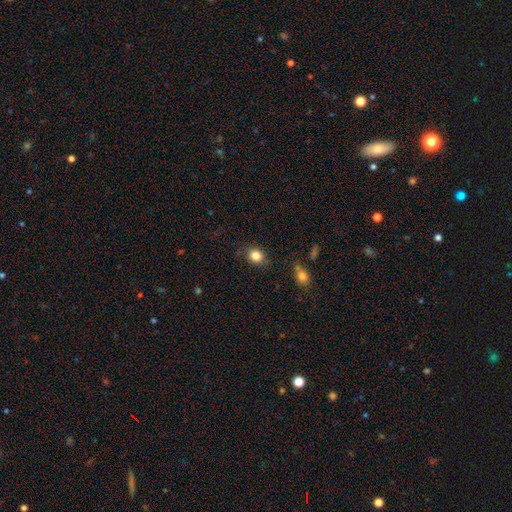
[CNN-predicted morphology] This is clearly a smooth galaxy (84%). How rounded: likely round (65%). Merging: likely none (79%).